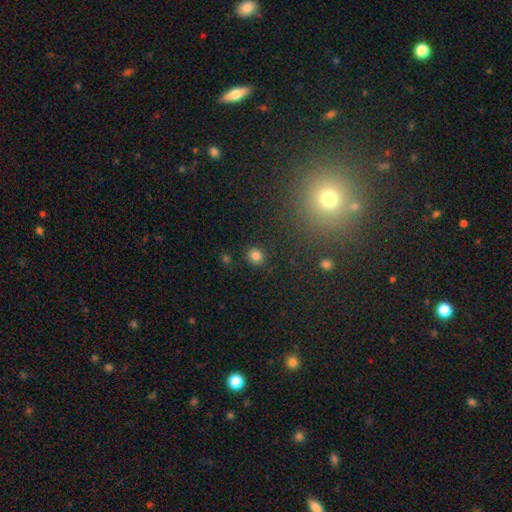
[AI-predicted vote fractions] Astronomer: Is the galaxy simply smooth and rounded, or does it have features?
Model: smooth — 82%.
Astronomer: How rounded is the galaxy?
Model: round — 85%.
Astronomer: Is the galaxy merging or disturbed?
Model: none — 89%.